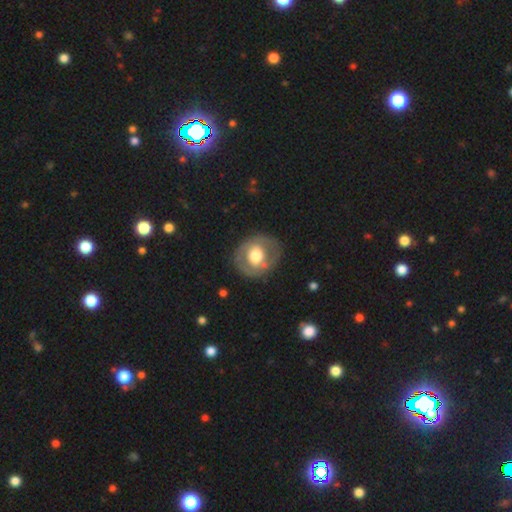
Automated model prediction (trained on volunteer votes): smooth_or_featured: smooth (p=0.47) [tied with: featured or disk p=0.47]
merging: none (p=0.77) [alt: minor disturbance p=0.15]